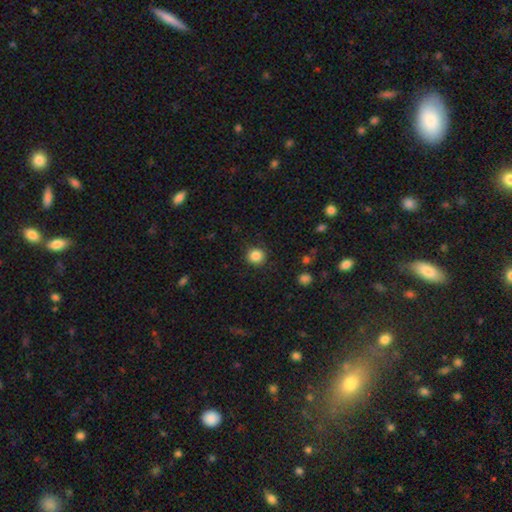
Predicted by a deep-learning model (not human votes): This is clearly a smooth galaxy (85%). How rounded: clearly round (92%). Merging: clearly none (89%).